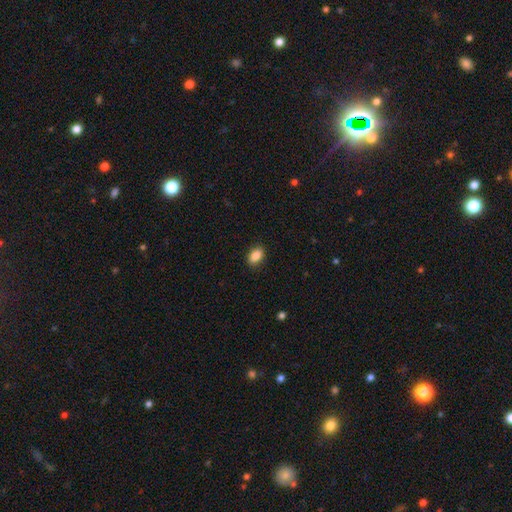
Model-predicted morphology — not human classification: The model was most divided on "how rounded": in between: 87%, round: 11%, cigar-shaped: 2%. More confident: smooth or featured — smooth (88%); merging — none (88%).